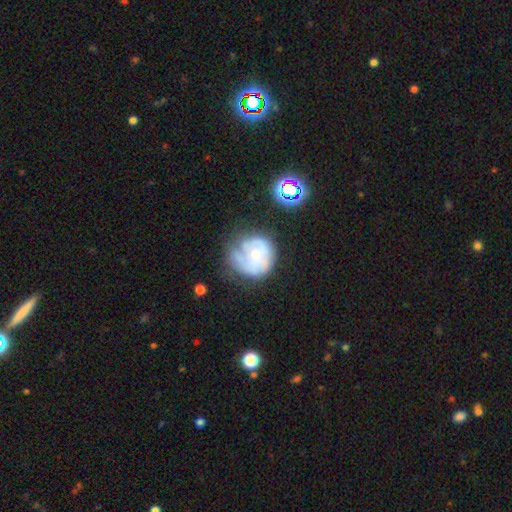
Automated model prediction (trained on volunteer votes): Morphology: type=featured or disk (56%); edge-on=no (98%); bar=no (83%); spiral arms=yes (61%); bulge=small (59%); merging=none (45%).